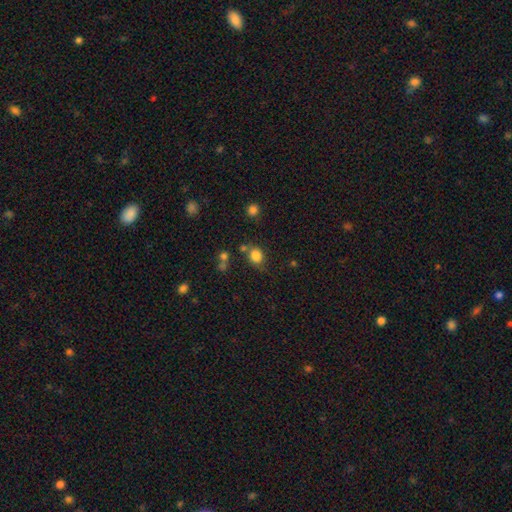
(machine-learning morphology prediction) A smooth galaxy with no disk features (82%) that is round (65%). Merging: none (69%).